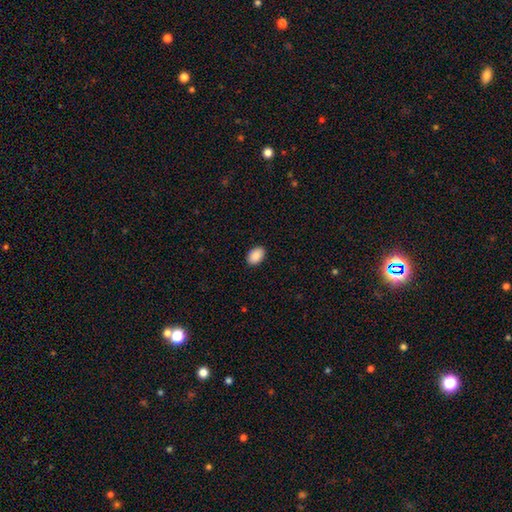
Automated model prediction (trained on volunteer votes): The model was most divided on "how rounded": in between: 90%, round: 9%, cigar-shaped: 1%. More confident: smooth or featured — smooth (90%); merging — none (89%).